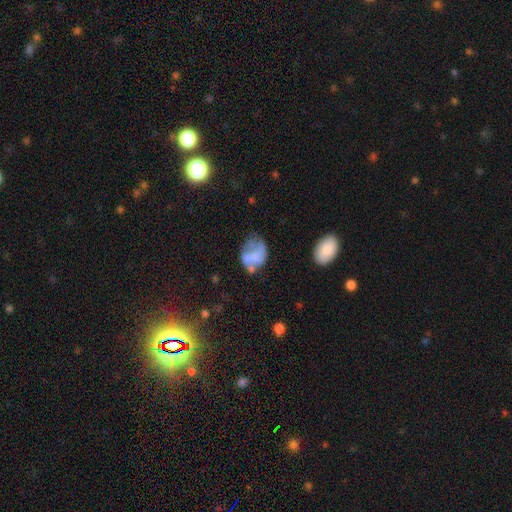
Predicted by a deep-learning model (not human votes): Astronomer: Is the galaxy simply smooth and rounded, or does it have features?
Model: smooth — 46% (runner-up: featured or disk, 44%).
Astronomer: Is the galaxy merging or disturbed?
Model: none — 35% (runner-up: major disturbance, 29%).